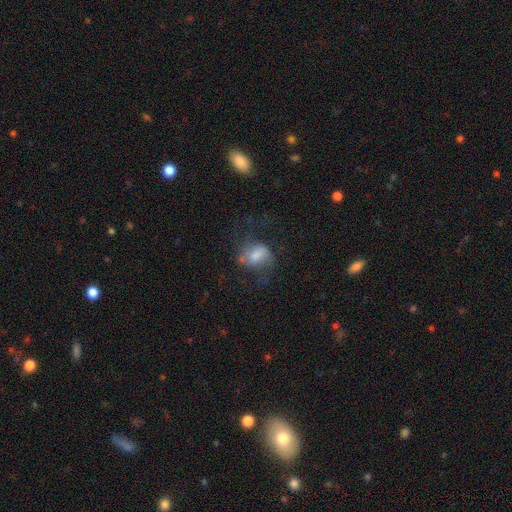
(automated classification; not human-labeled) Smooth or featured? Predicted: featured or disk (p=0.49). Merging? Predicted: none (p=0.47).